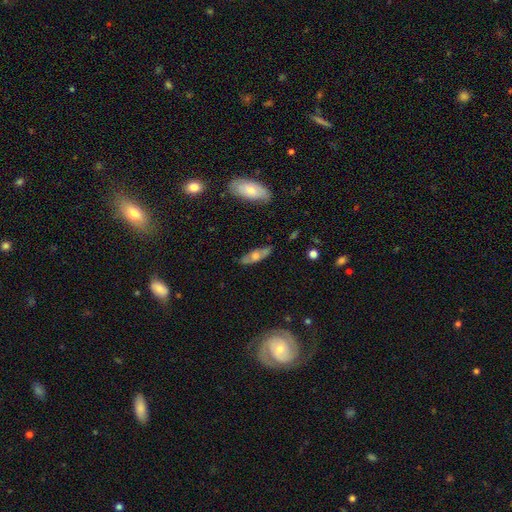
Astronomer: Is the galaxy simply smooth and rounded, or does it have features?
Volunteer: featured or disk — 72%.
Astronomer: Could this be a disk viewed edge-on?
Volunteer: yes — 62% (runner-up: no, 38%).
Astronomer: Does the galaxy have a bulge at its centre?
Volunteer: rounded — 100%.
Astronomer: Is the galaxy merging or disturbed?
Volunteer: none — 68%.